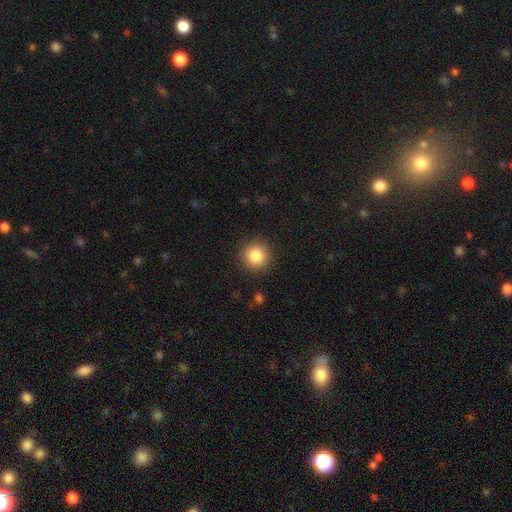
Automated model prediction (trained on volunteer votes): The model was most divided on "smooth or featured": smooth: 84%, star or artifact: 10%, featured or disk: 6%. More confident: how rounded — round (94%); merging — none (90%).